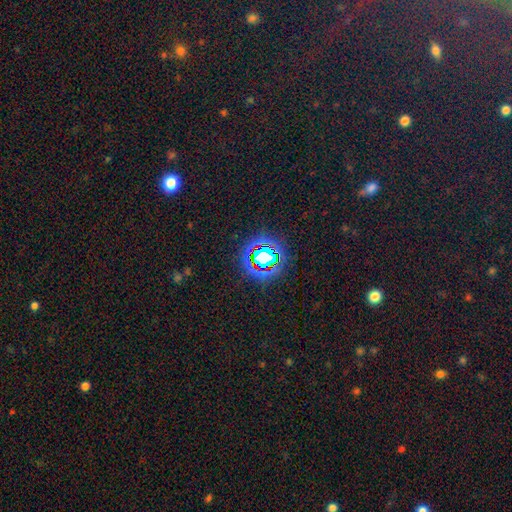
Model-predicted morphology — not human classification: This appears to be a star or artifact, not a galaxy (77%).